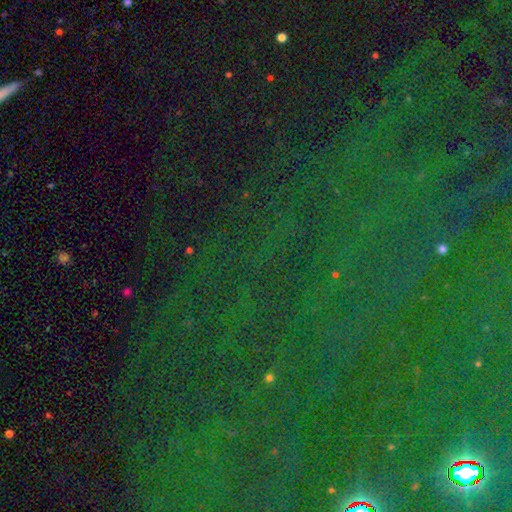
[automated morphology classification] smooth_or_featured: star or artifact (p=0.83) [alt: smooth p=0.09]